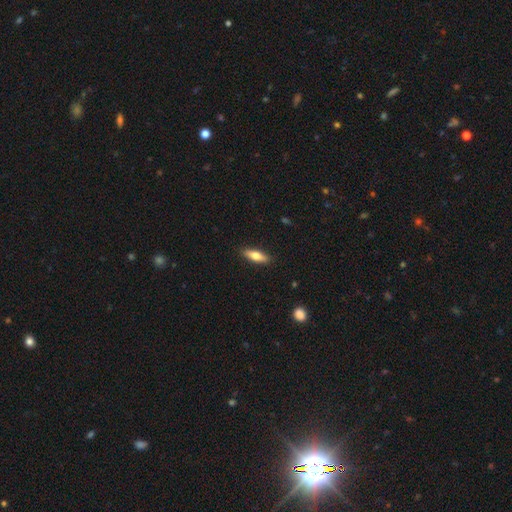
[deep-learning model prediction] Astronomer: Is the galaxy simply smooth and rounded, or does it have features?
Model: smooth — 69%.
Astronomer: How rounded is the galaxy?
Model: in between — 51% (runner-up: cigar-shaped, 47%).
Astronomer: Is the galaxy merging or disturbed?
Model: none — 89%.